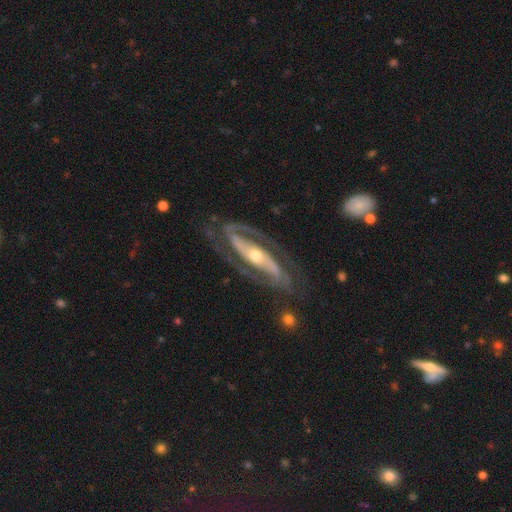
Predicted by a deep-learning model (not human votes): A featured or disk galaxy (92%) with a strong bar (52%), 2 (92%) medium (51%) spiral arms (97%) and a moderate central bulge (60%).

Vote fractions:
- Smooth or featured? featured or disk: 92% / smooth: 4% / star or artifact: 4%
- Edge-on disk? no: 93% / yes: 7%
- Bar? strong: 52% / no: 27% / weak: 21%
- Spiral arms? yes: 97% / no: 3%
- Spiral winding? medium: 51% / tight: 34% / loose: 15%
- Spiral arm count? 2: 92% / can't tell: 2% / 3: 2% / 1: 2% / 4: 1% / more than 4: 1%
- Bulge size? moderate: 60% / small: 33% / large: 5% / dominant: 1% / none: 1%
- Merging? none: 77% / minor disturbance: 13% / major disturbance: 8% / merger: 2%